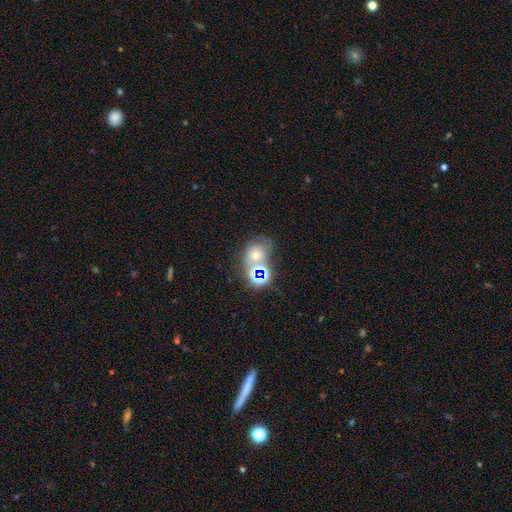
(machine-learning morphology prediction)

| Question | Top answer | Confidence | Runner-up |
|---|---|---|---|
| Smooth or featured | star or artifact | 38% | smooth (36%) |